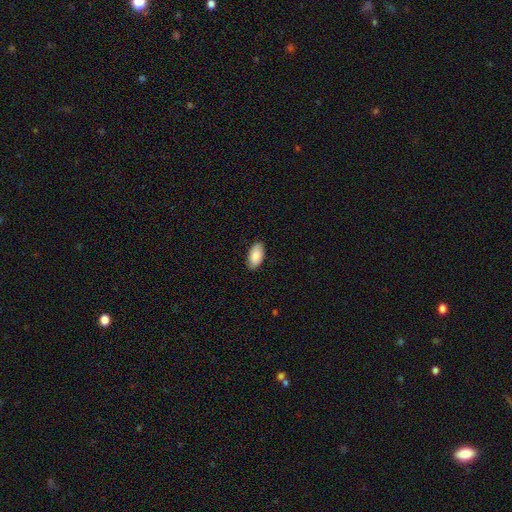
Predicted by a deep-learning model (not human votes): Smooth or featured?
  - smooth: 86% *
  - featured or disk: 8%
  - star or artifact: 6%
How rounded?
  - in between: 95% *
  - cigar-shaped: 3%
  - round: 3%
Merging?
  - none: 87% *
  - minor disturbance: 10%
  - major disturbance: 2%
  - merger: 1%